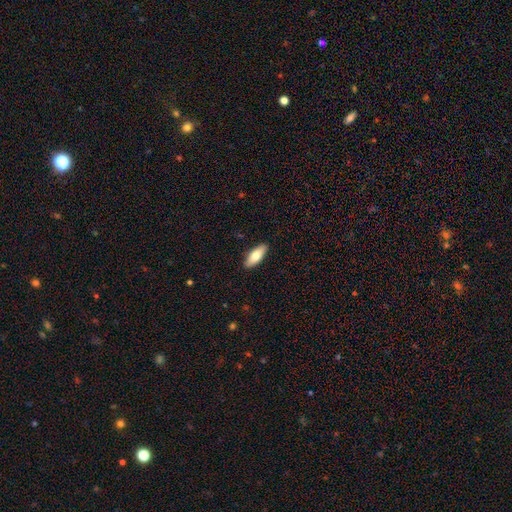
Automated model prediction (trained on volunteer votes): This appears to be a smooth galaxy with no disk features (75%) that is in between round and cigar-shaped (73%). Merging: none (89%).